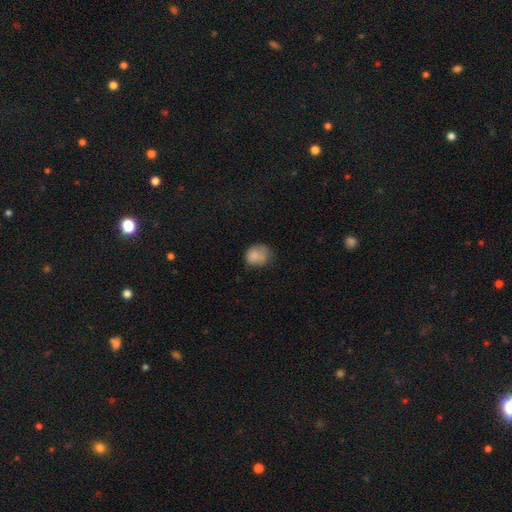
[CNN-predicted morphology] This is likely a smooth galaxy (79%). How rounded: likely round (62%). Merging: possibly none (49%).